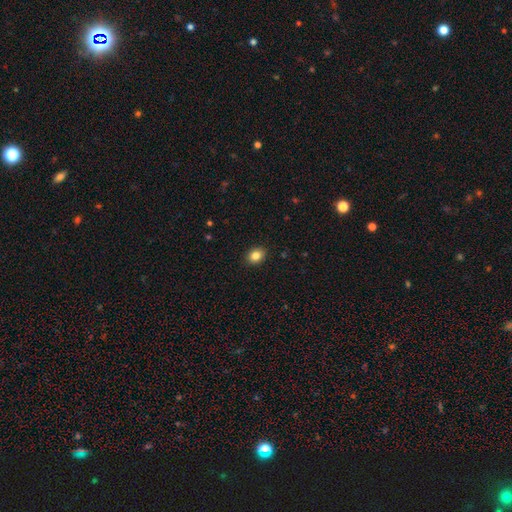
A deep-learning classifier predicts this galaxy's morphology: This is clearly a smooth galaxy (85%). How rounded: possibly in between (59%). Merging: clearly none (90%).